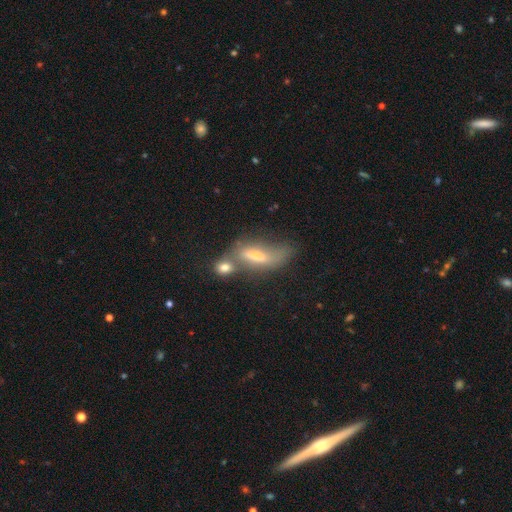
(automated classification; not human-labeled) Overall: smooth (50%; featured or disk 40%). How rounded: in between (61%; cigar-shaped 34%). Merging: merger (49%; none 23%).